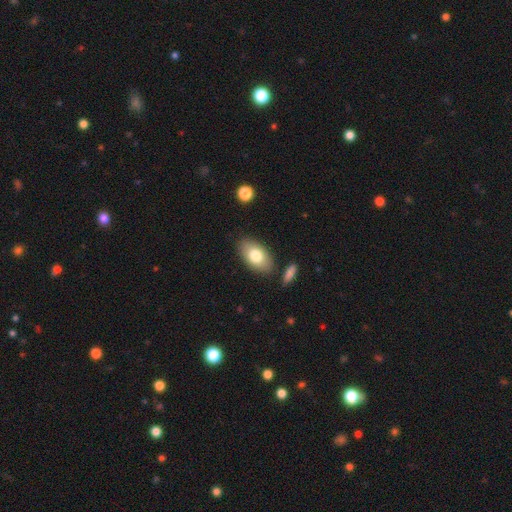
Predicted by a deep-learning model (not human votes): Smooth or featured? Predicted: smooth (p=0.77). How rounded? Predicted: in between (p=0.93). Merging? Predicted: none (p=0.83).